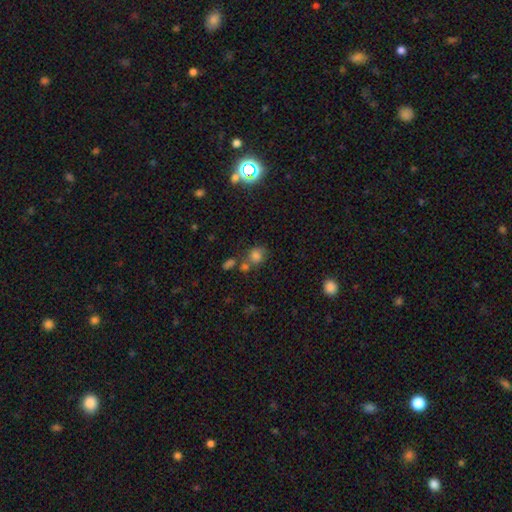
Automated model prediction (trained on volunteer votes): This is likely a smooth galaxy (75%). How rounded: likely round (69%). Merging: possibly none (51%).